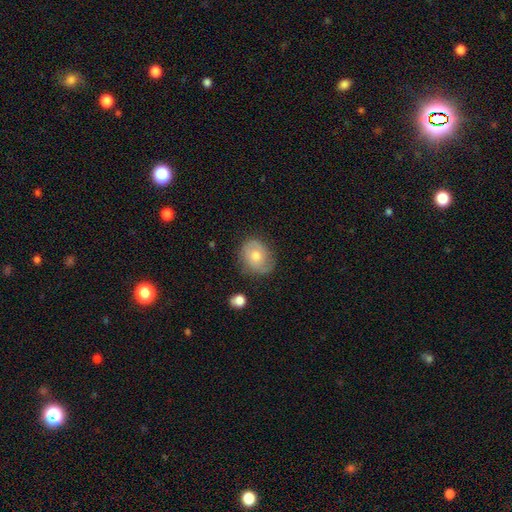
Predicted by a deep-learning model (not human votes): smooth_or_featured: smooth (p=0.60) [alt: featured or disk p=0.32]
how_rounded: round (p=0.54) [alt: in between p=0.45]
merging: none (p=0.67) [alt: minor disturbance p=0.24]